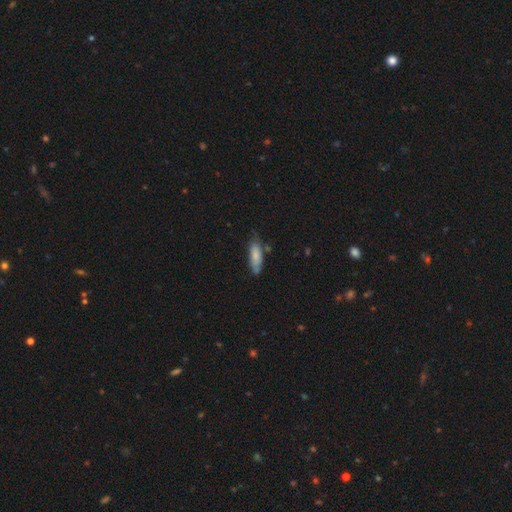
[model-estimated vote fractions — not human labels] A smooth galaxy with no disk features (77%) that is in between round and cigar-shaped (57%). Merging: none (61%).